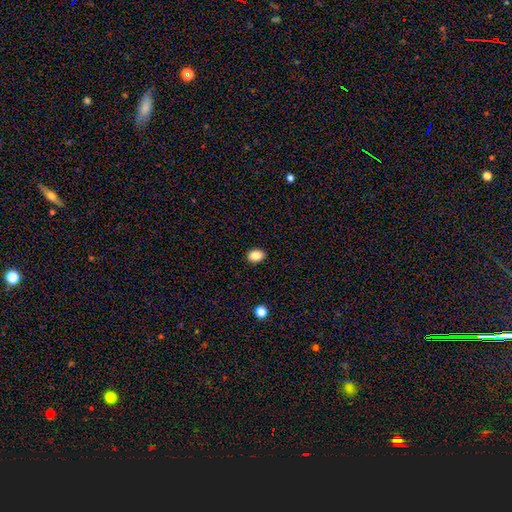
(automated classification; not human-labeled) This appears to be a smooth galaxy with no disk features (85%) that is in between round and cigar-shaped (71%). Merging: none (90%).